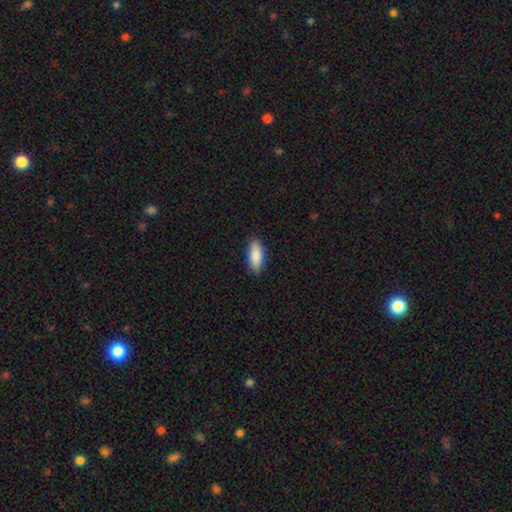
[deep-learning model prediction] A smooth galaxy with no disk features (88%) that is in between round and cigar-shaped (79%). Merging: none (89%).